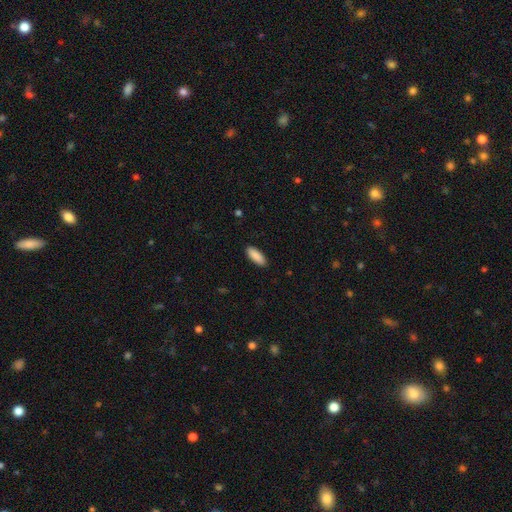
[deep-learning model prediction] Smooth or featured? Predicted: smooth (p=0.90). How rounded? Predicted: in between (p=0.73). Merging? Predicted: none (p=0.90).